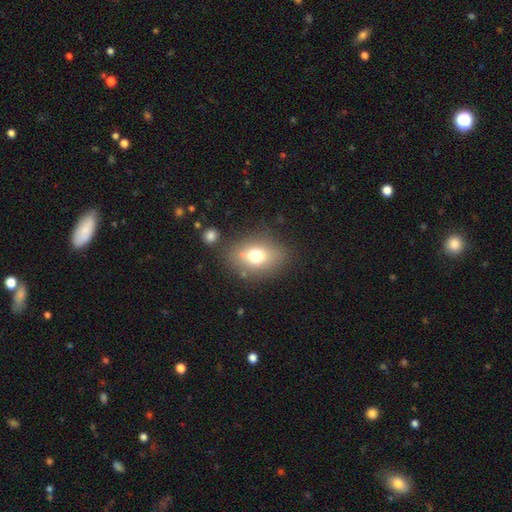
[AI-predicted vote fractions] Smooth or featured?
  - smooth: 70% *
  - featured or disk: 18%
  - star or artifact: 12%
How rounded?
  - in between: 66% *
  - round: 32%
  - cigar-shaped: 2%
Merging?
  - none: 75% *
  - minor disturbance: 14%
  - merger: 6%
  - major disturbance: 5%